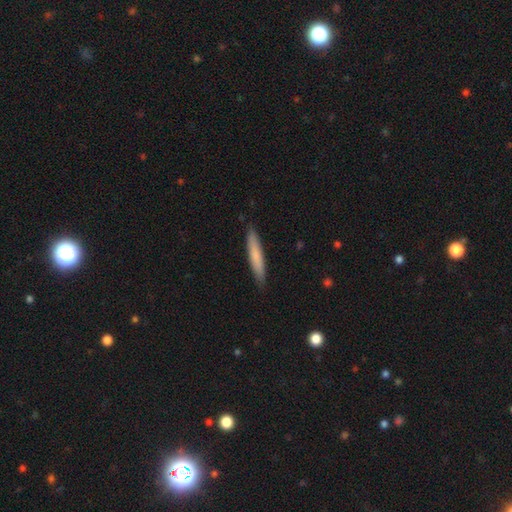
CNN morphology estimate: Smooth or featured?
  - smooth: 75% *
  - featured or disk: 20%
  - star or artifact: 5%
How rounded?
  - cigar-shaped: 93% *
  - in between: 6%
  - round: 1%
Merging?
  - none: 88% *
  - minor disturbance: 9%
  - major disturbance: 2%
  - merger: 1%